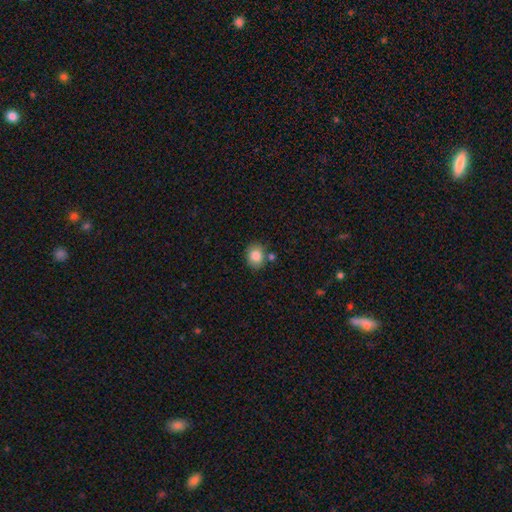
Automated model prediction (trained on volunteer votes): smooth-or-featured: smooth: 85% | star or artifact: 9% | featured or disk: 6%
  how-rounded: round: 61% | in between: 38% | cigar-shaped: 1%
  merging: none: 72% | minor disturbance: 15% | merger: 10% | major disturbance: 4%